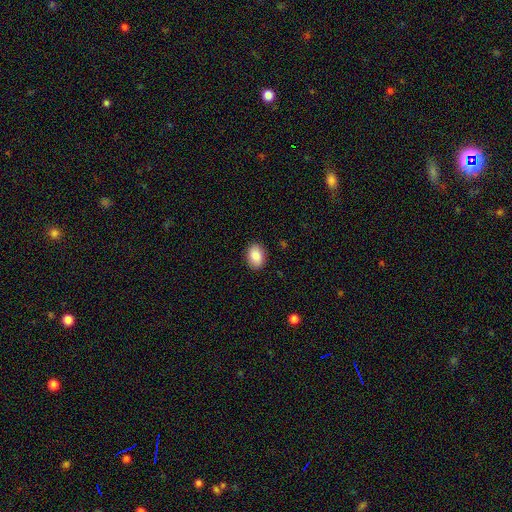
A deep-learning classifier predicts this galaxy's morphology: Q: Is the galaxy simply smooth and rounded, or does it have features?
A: smooth — 88%.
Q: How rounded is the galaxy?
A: in between — 79%.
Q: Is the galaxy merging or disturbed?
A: none — 88%.